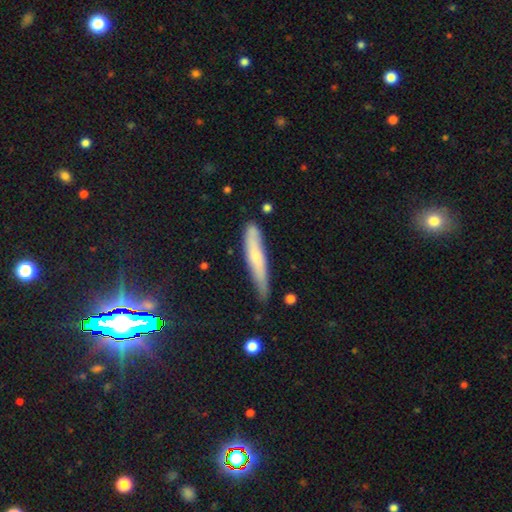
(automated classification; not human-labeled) Overall: smooth (57%; featured or disk 37%). How rounded: cigar-shaped (90%). Merging: none (62%; minor disturbance 30%).